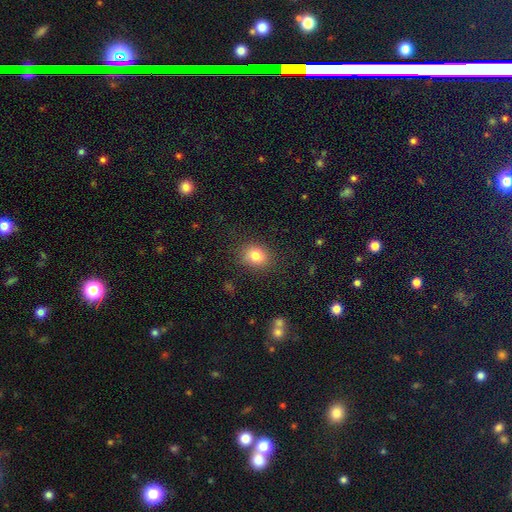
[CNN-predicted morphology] This appears to be a smooth galaxy with no disk features (81%) that is round (54%). Merging: none (83%).